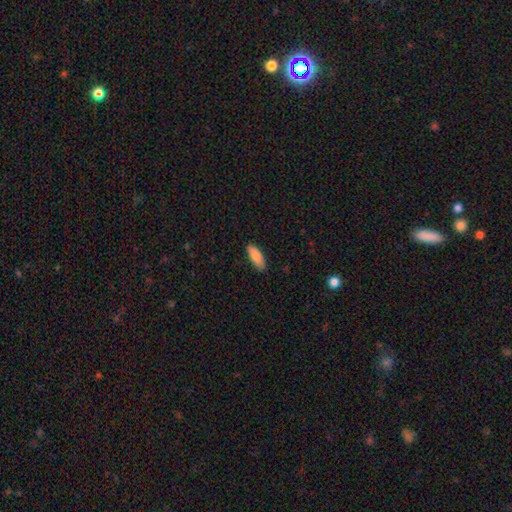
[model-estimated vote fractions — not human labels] Q: Smooth or featured?
A: smooth (89%); runner-up: star or artifact (6%)
Q: How rounded?
A: in between (72%); runner-up: cigar-shaped (26%)
Q: Merging?
A: none (84%); runner-up: minor disturbance (13%)